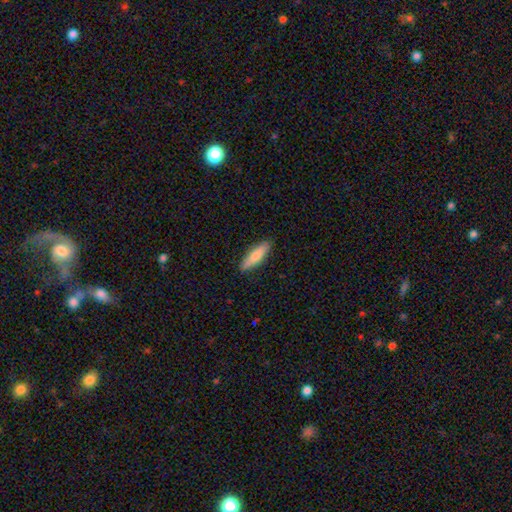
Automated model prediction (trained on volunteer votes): Morphology: type=smooth (73%); roundness=cigar-shaped (71%); merging=none (90%).